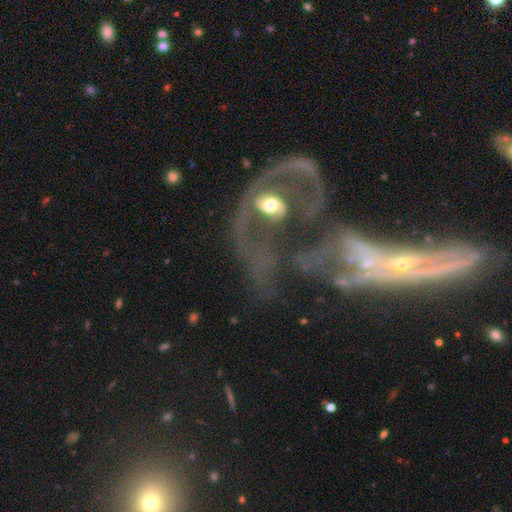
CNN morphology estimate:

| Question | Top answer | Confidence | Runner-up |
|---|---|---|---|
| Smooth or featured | featured or disk | 69% | smooth (16%) |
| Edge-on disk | no | 84% | yes (16%) |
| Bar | no | 77% | weak (15%) |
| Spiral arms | no | 56% | yes (44%) |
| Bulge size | moderate | 39% | small (36%) |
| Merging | merger | 55% | major disturbance (25%) |